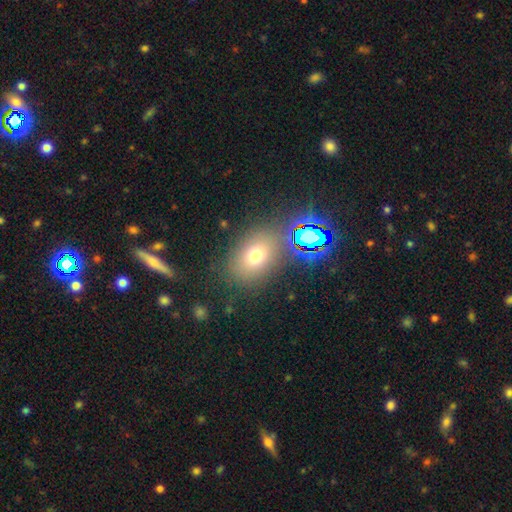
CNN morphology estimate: smooth-or-featured: smooth: 66% | star or artifact: 21% | featured or disk: 13%
  how-rounded: in between: 71% | round: 27% | cigar-shaped: 2%
  merging: none: 77% | minor disturbance: 12% | merger: 6% | major disturbance: 5%